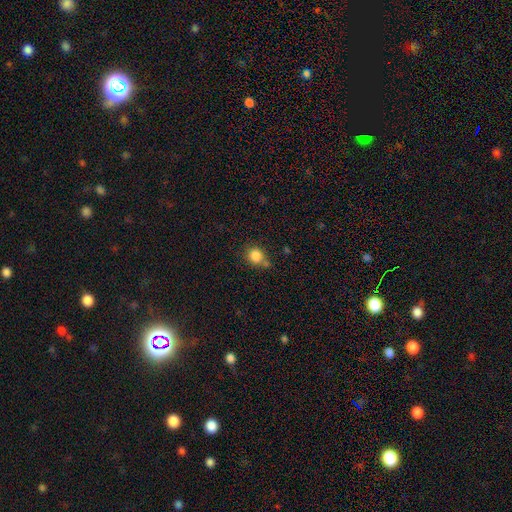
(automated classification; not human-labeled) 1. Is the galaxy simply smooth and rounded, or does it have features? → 84% smooth, 11% star or artifact, 5% featured or disk.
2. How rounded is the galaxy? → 84% round, 15% in between, 1% cigar-shaped.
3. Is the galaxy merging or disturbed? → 63% none, 16% merger, 16% minor disturbance, 5% major disturbance.